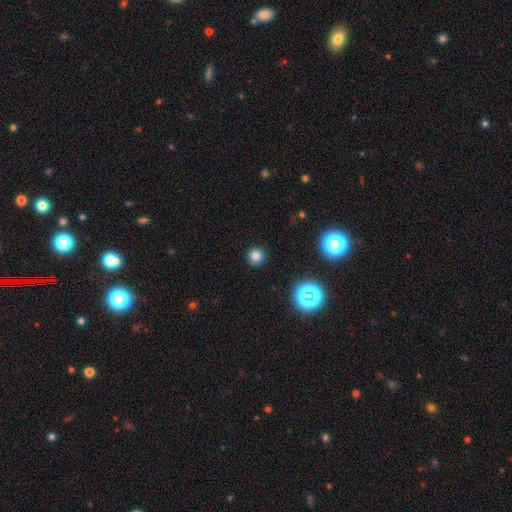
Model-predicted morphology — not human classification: A smooth galaxy with no disk features (76%) that is round (94%).

Vote fractions:
- Smooth or featured? smooth: 76% / star or artifact: 17% / featured or disk: 6%
- How rounded? round: 94% / in between: 5% / cigar-shaped: 1%
- Merging? none: 92% / minor disturbance: 5% / major disturbance: 2% / merger: 1%